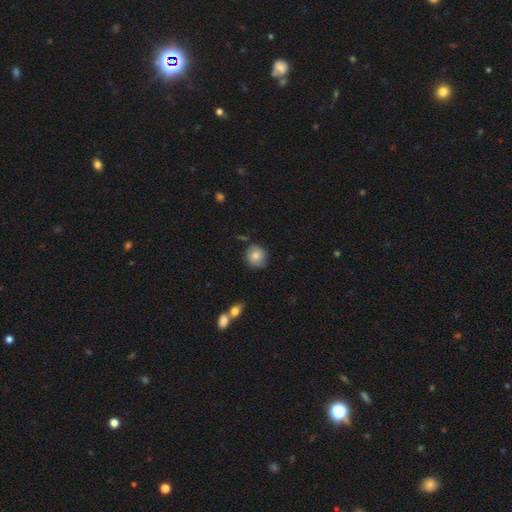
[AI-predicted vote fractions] This appears to be a smooth galaxy with no disk features (79%) that is round (90%). Merging: none (77%).